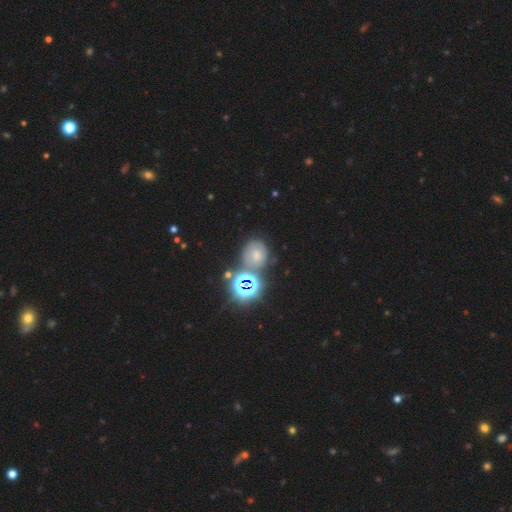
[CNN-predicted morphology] Smooth or featured?
  - smooth: 40% *
  - star or artifact: 35%
  - featured or disk: 25%
Merging?
  - none: 58% *
  - minor disturbance: 19%
  - merger: 13%
  - major disturbance: 9%